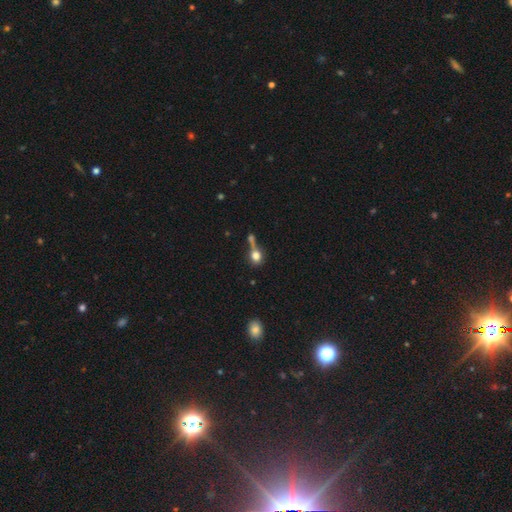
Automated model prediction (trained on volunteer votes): smooth_or_featured: smooth (p=0.76) [alt: featured or disk p=0.13]
how_rounded: round (p=0.70) [alt: in between p=0.27]
merging: none (p=0.40) [alt: merger p=0.35]